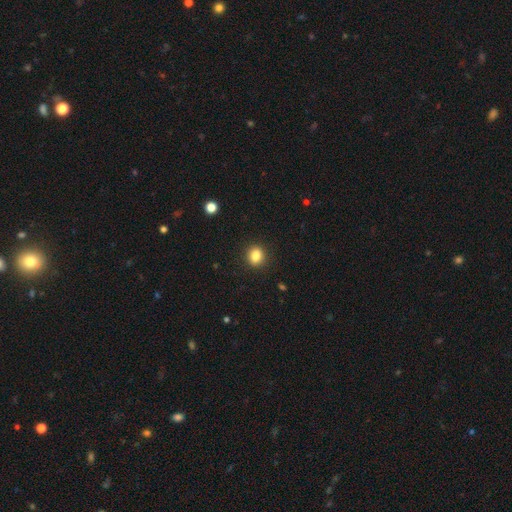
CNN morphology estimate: This is clearly a smooth galaxy (84%). How rounded: likely round (74%). Merging: clearly none (91%).